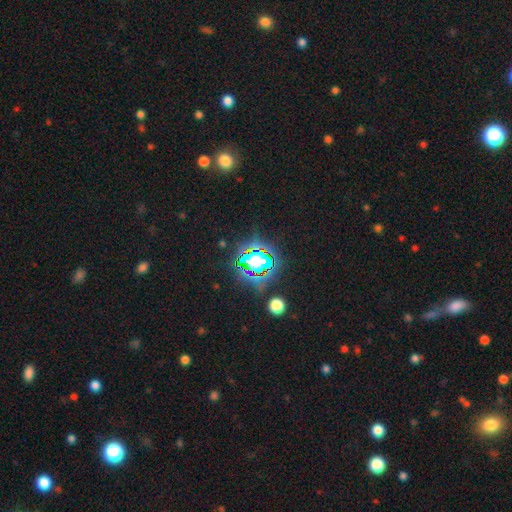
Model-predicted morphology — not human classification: The model was most divided on "smooth or featured": star or artifact: 78%, smooth: 13%, featured or disk: 8%.